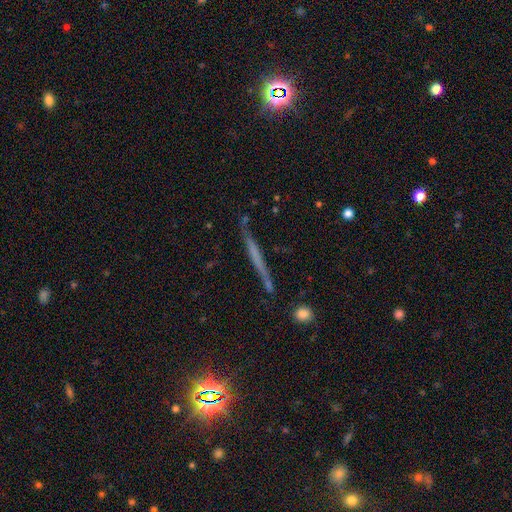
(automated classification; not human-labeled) smooth-or-featured: featured or disk: 55% | smooth: 36% | star or artifact: 9%
  disk-edge-on: yes: 95% | no: 5%
    edge-on-bulge: none: 82% | rounded: 9% | boxy: 8%
  merging: none: 80% | minor disturbance: 14% | major disturbance: 3% | merger: 3%